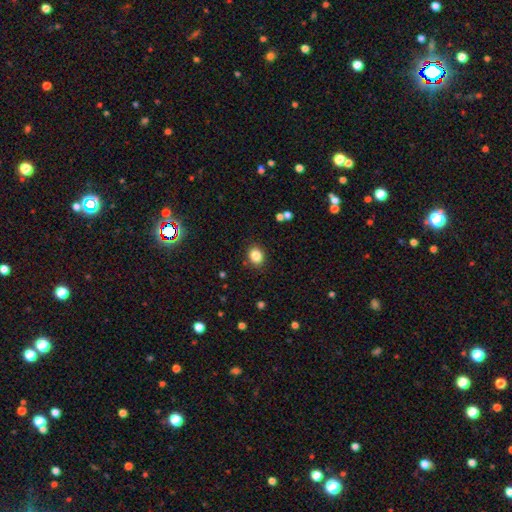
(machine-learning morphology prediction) smooth 85%, star or artifact 10%, featured or disk 5%. Down the decision tree: how rounded — round (58%); merging — none (88%).